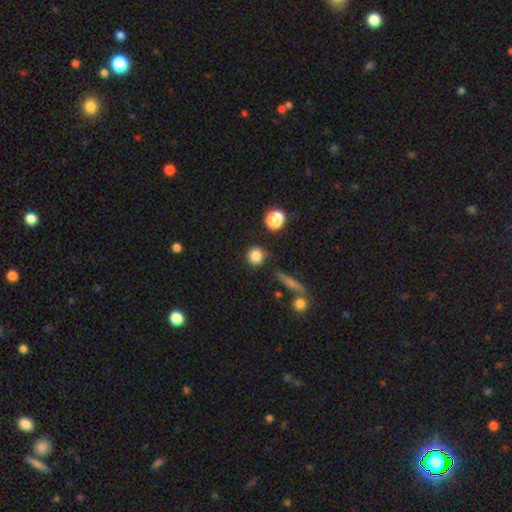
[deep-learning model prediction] Smooth or featured? Predicted: smooth (p=0.83). How rounded? Predicted: round (p=0.87). Merging? Predicted: none (p=0.84).